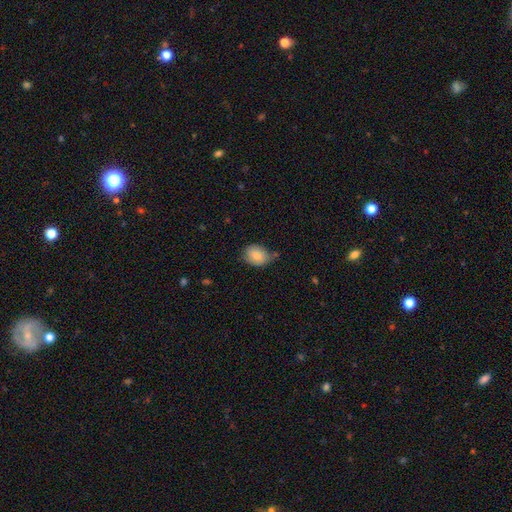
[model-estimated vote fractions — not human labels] smooth_or_featured: smooth (p=0.82) [alt: featured or disk p=0.10]
how_rounded: in between (p=0.63) [alt: round p=0.36]
merging: none (p=0.64) [alt: minor disturbance p=0.27]